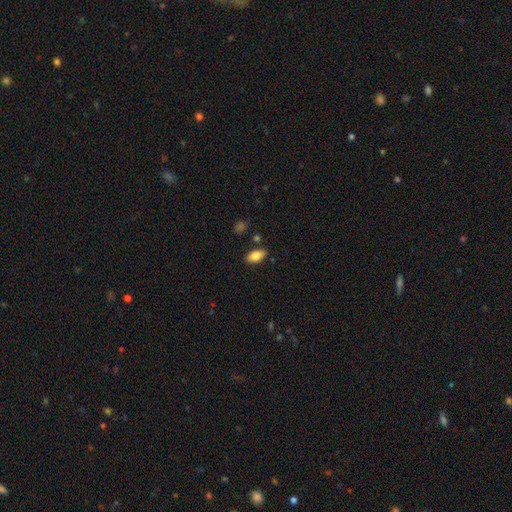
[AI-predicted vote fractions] Smooth or featured?
  - smooth: 84% *
  - featured or disk: 9%
  - star or artifact: 8%
How rounded?
  - in between: 91% *
  - cigar-shaped: 5%
  - round: 4%
Merging?
  - none: 84% *
  - minor disturbance: 11%
  - merger: 3%
  - major disturbance: 2%